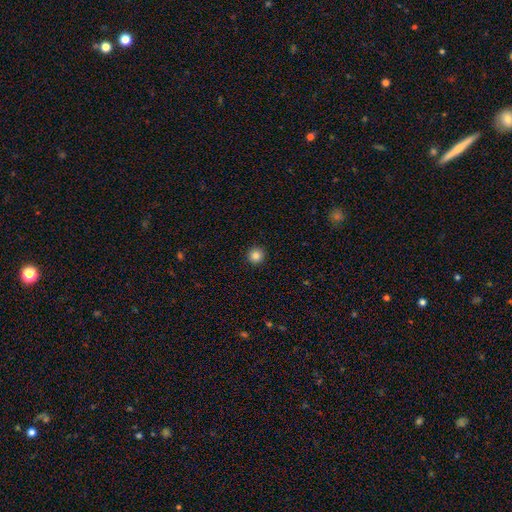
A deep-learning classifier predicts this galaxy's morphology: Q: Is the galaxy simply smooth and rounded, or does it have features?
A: smooth — 84%.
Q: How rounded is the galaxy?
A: round — 96%.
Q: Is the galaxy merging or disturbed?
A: none — 93%.